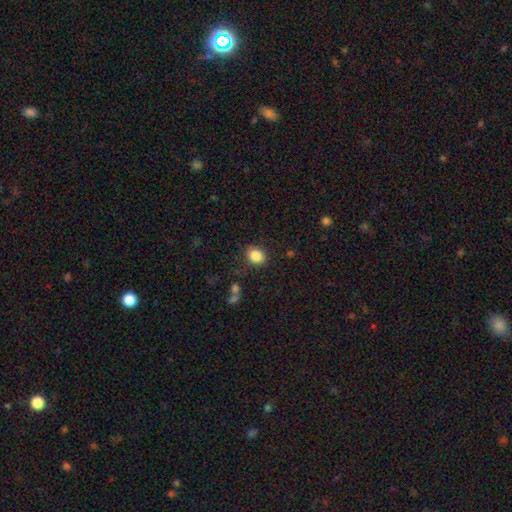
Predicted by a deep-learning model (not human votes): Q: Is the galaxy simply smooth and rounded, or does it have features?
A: smooth — 86%.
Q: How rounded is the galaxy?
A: round — 59%.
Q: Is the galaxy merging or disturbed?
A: none — 84%.